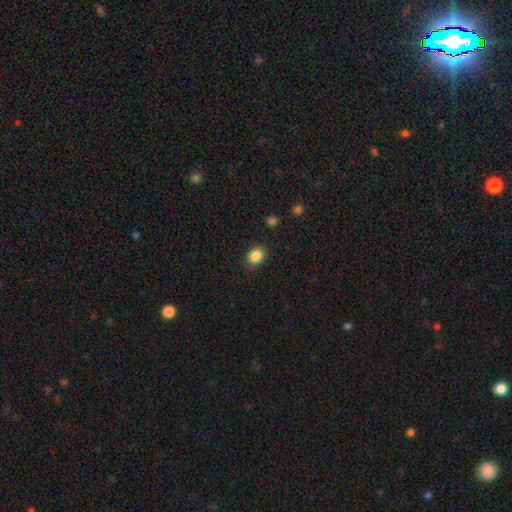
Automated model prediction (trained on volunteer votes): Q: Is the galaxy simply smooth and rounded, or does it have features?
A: smooth — 86%.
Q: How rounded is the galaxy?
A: round — 58%.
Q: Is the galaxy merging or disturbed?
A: none — 85%.